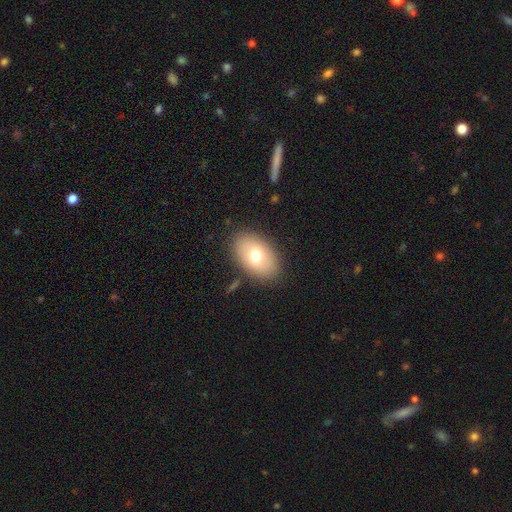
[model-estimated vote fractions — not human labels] The model was most divided on "smooth or featured": smooth: 71%, featured or disk: 21%, star or artifact: 8%. More confident: how rounded — in between (88%); merging — none (85%).